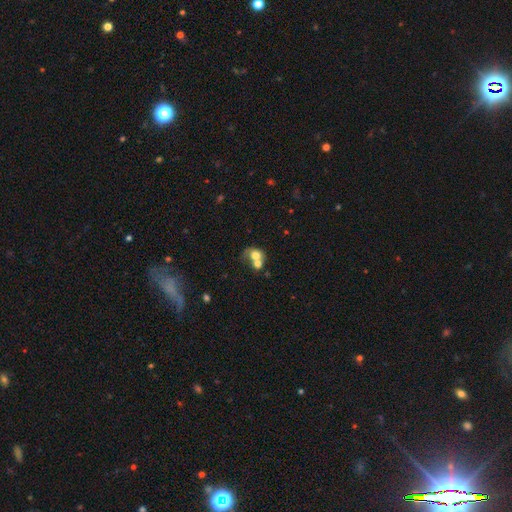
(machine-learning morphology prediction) Smooth or featured: smooth — 65% (featured or disk — 25%)
How rounded: round — 56% (in between — 43%)
Merging: merger — 66% (none — 19%)